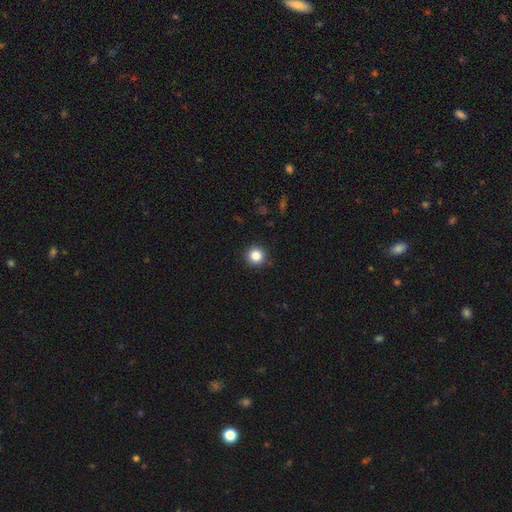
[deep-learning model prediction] This is clearly a smooth galaxy (85%). How rounded: clearly round (95%). Merging: clearly none (92%).